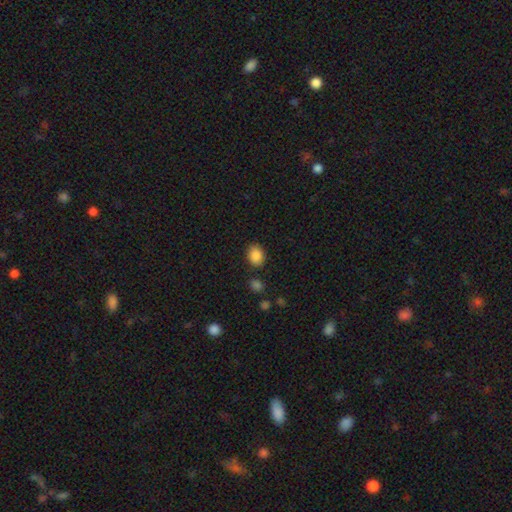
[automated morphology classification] type=smooth (87%); roundness=in between (59%); merging=none (84%).